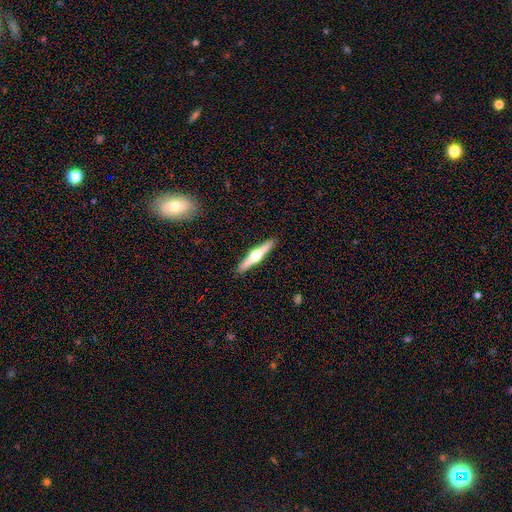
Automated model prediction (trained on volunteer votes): A featured or disk galaxy (71%) viewed edge-on (98%) with a rounded central bulge (96%). Merging: none (92%).